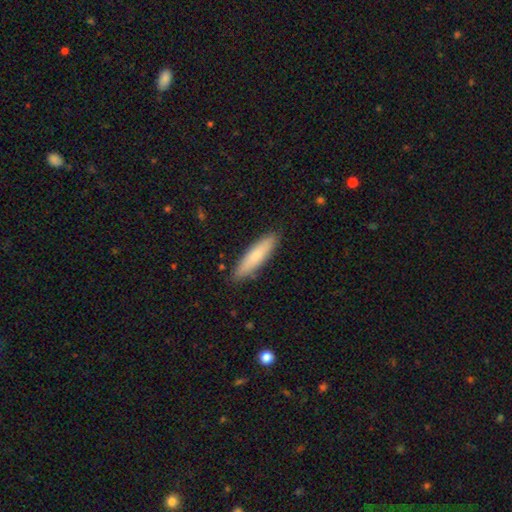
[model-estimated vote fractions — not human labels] Morphology: type=smooth (77%); roundness=cigar-shaped (77%); merging=none (88%).